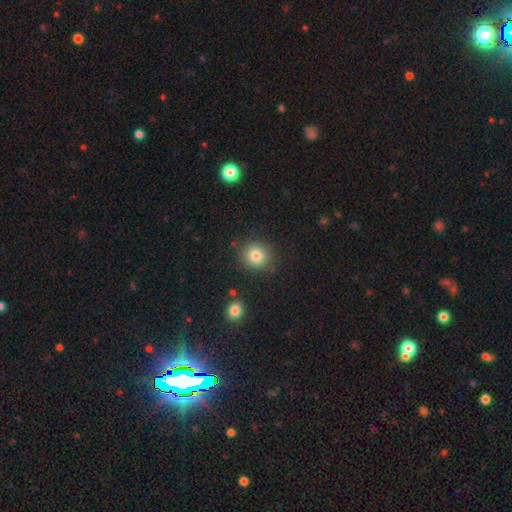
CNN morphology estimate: This appears to be a smooth galaxy with no disk features (81%) that is round (90%). Merging: none (86%).